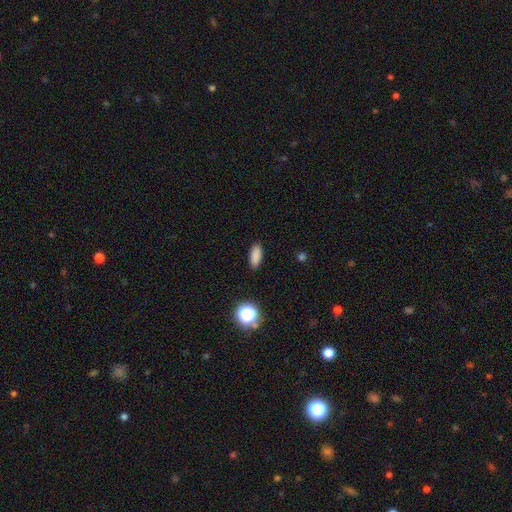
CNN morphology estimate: The model was most divided on "how rounded": in between: 74%, cigar-shaped: 22%, round: 4%. More confident: merging — none (89%); smooth or featured — smooth (85%).